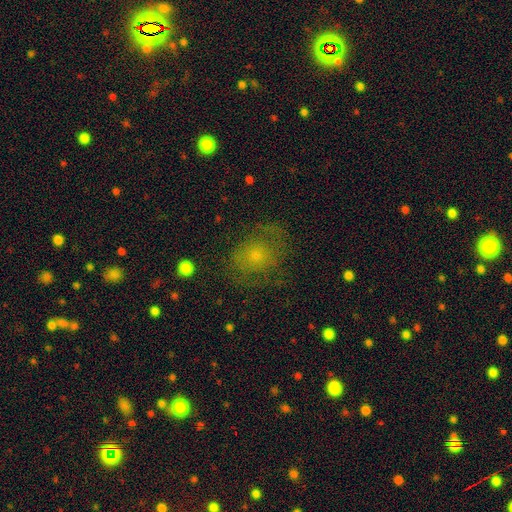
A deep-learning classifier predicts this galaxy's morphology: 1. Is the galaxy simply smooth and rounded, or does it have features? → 50% smooth, 36% featured or disk, 14% star or artifact.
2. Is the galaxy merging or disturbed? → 65% none, 19% minor disturbance, 15% major disturbance, 1% merger.